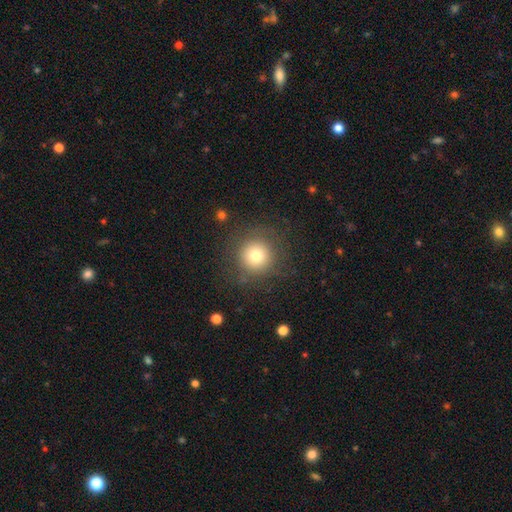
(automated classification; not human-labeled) Morphology: type=smooth (75%); roundness=round (95%); merging=none (83%).